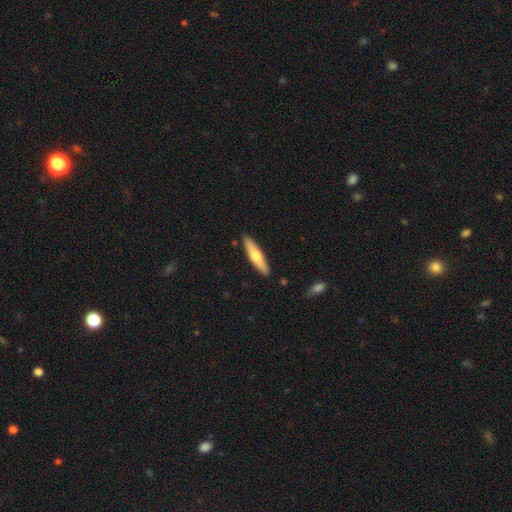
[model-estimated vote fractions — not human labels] This appears to be a smooth galaxy with no disk features (59%) that is cigar-shaped (79%). Merging: none (89%).